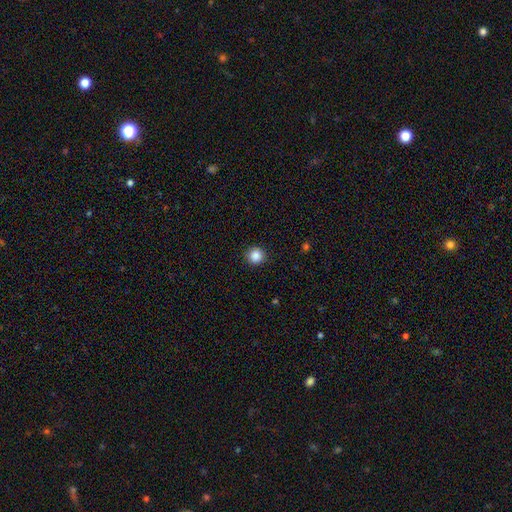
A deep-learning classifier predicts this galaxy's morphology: The model was most divided on "smooth or featured": smooth: 87%, star or artifact: 10%, featured or disk: 3%. More confident: how rounded — round (94%); merging — none (92%).